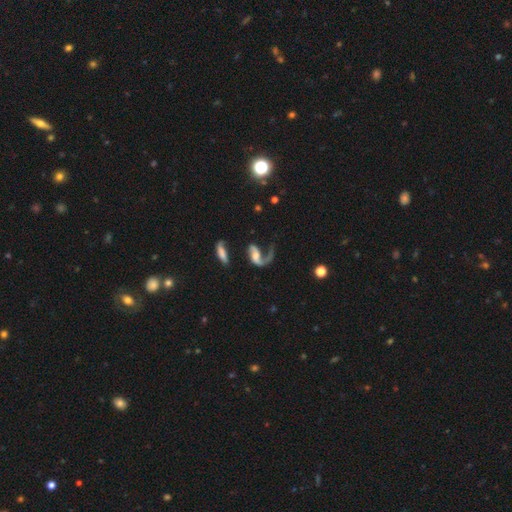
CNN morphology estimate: type=featured or disk (76%); edge-on=no (94%); bar=no (50%); spiral arms=yes (89%); winding=loose (73%); arm count=1 (57%); bulge=moderate (39%); merging=major disturbance (43%).